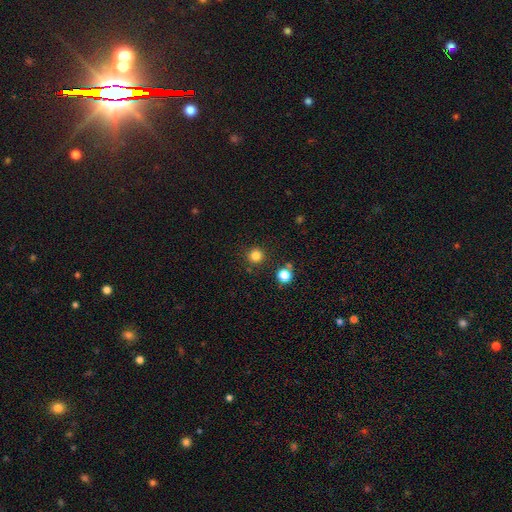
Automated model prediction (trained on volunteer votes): smooth-or-featured: smooth: 81% | star or artifact: 14% | featured or disk: 5%
  how-rounded: round: 95% | in between: 4% | cigar-shaped: 1%
  merging: none: 89% | minor disturbance: 6% | merger: 3% | major disturbance: 2%